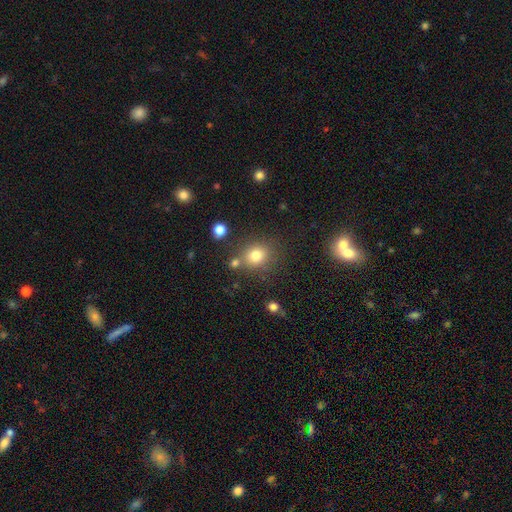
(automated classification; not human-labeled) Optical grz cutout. It shows a smooth galaxy with no disk features (78%) that is round (72%). Merging: none (72%).